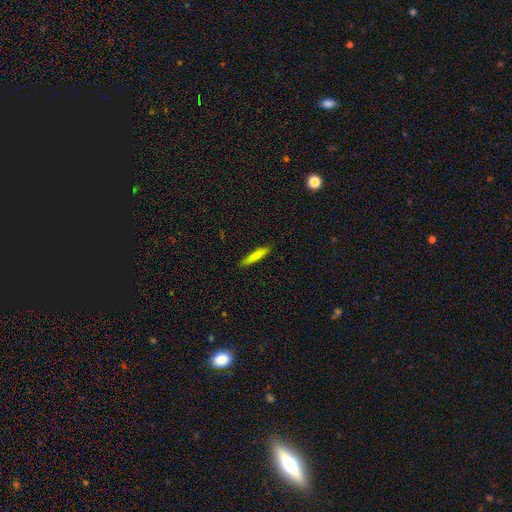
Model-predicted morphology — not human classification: Smooth or featured? Predicted: smooth (p=0.81). How rounded? Predicted: cigar-shaped (p=0.91). Merging? Predicted: none (p=0.89).